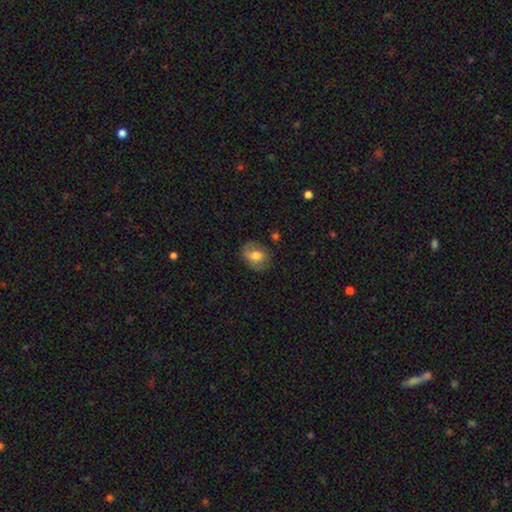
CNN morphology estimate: The model was most divided on "how rounded": round: 50%, in between: 49%, cigar-shaped: 1%. More confident: merging — none (73%); smooth or featured — smooth (70%).